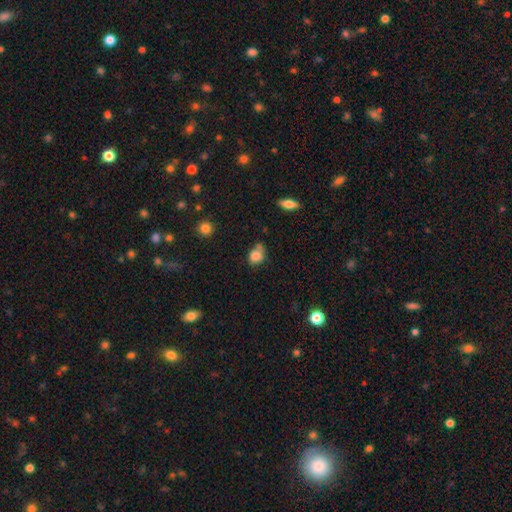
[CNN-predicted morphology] smooth 80%, star or artifact 11%, featured or disk 9%. Down the decision tree: how rounded — round (58%); merging — none (46%).